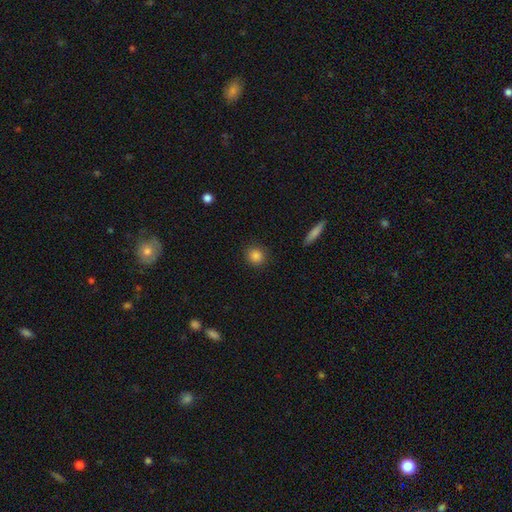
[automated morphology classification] This is clearly a smooth galaxy (86%). How rounded: clearly round (87%). Merging: clearly none (89%).